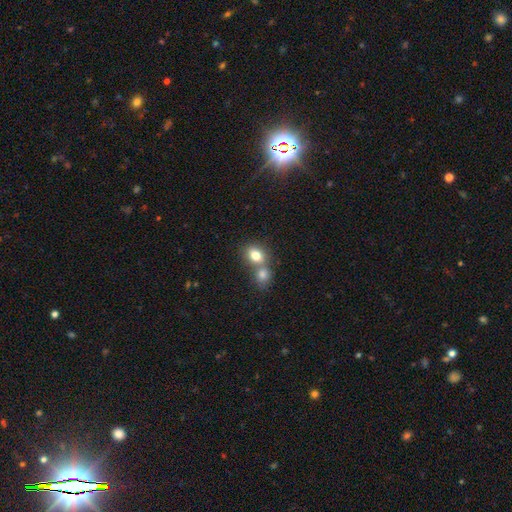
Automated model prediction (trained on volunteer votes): The model was most divided on "how rounded": in between: 51%, round: 48%, cigar-shaped: 1%. More confident: smooth or featured — smooth (79%); merging — merger (51%).